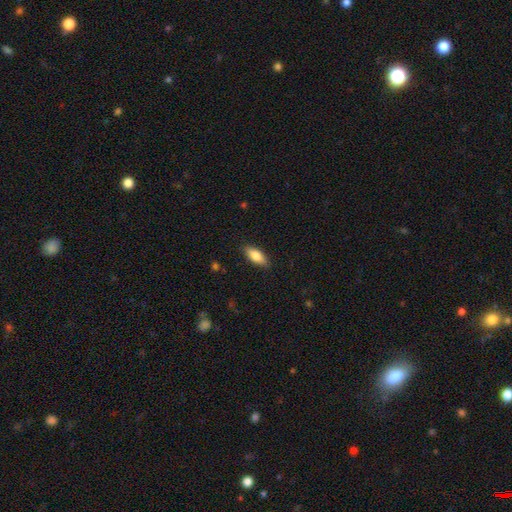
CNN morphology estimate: Smooth or featured? Predicted: smooth (p=0.81). How rounded? Predicted: in between (p=0.81). Merging? Predicted: none (p=0.87).